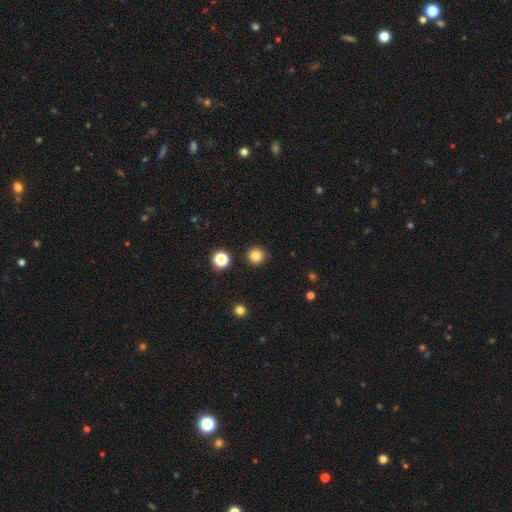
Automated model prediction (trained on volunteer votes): Morphology: type=smooth (83%); roundness=round (95%); merging=none (90%).